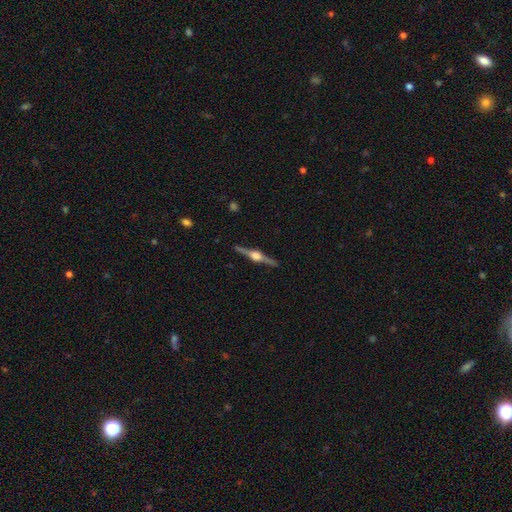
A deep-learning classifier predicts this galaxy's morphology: Smooth or featured? Predicted: featured or disk (p=0.88). Edge-on disk? Predicted: yes (p=0.99). Edge-on bulge? Predicted: rounded (p=0.94). Merging? Predicted: none (p=0.91).